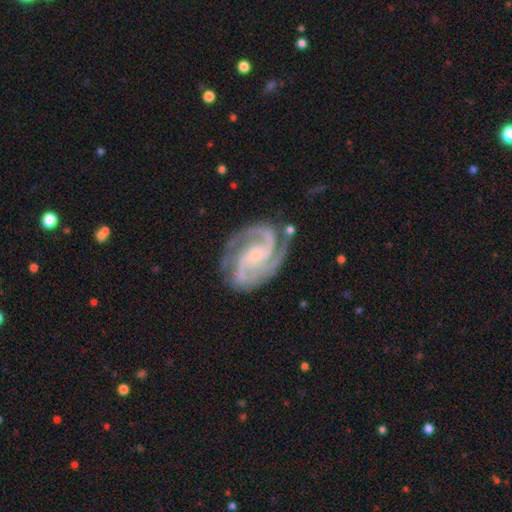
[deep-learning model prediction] Overall: featured or disk (92%). Edge-on disk: no (98%). Bar: no (49%; weak 36%). Spiral arms: yes (99%). Spiral arm count: 2 (63%). Spiral winding: medium (46%, tied with tight). Bulge size: small (56%; none 21%). Merging: none (73%).